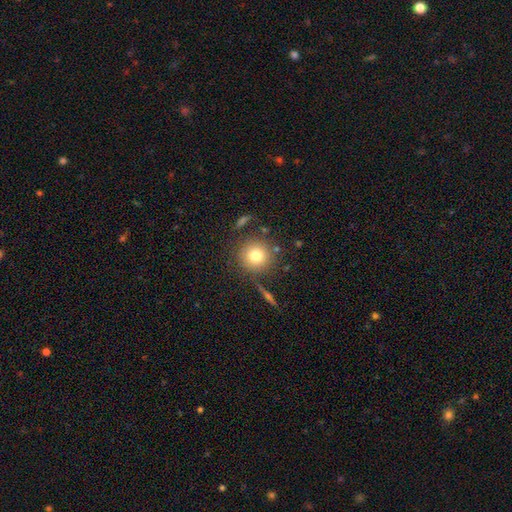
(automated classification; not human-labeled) Smooth or featured? Predicted: smooth (p=0.76). How rounded? Predicted: round (p=0.94). Merging? Predicted: none (p=0.82).